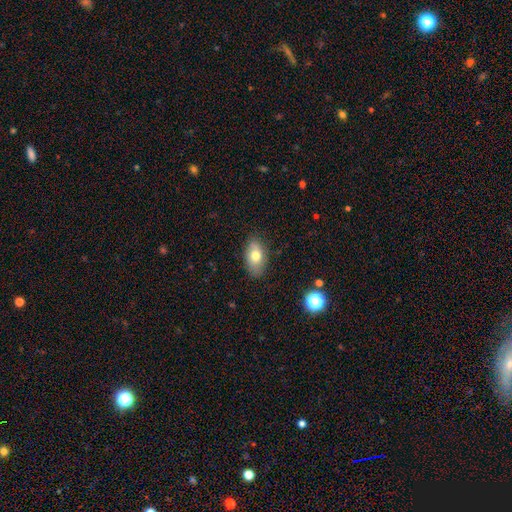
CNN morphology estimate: Smooth or featured? Predicted: smooth (p=0.73). How rounded? Predicted: in between (p=0.90). Merging? Predicted: none (p=0.79).